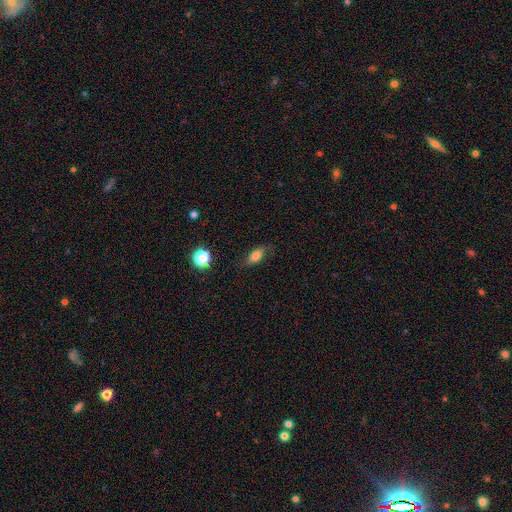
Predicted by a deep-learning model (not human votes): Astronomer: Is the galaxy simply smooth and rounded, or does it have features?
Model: smooth — 74%.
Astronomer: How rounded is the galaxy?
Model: in between — 81%.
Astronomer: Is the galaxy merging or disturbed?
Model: none — 71%.